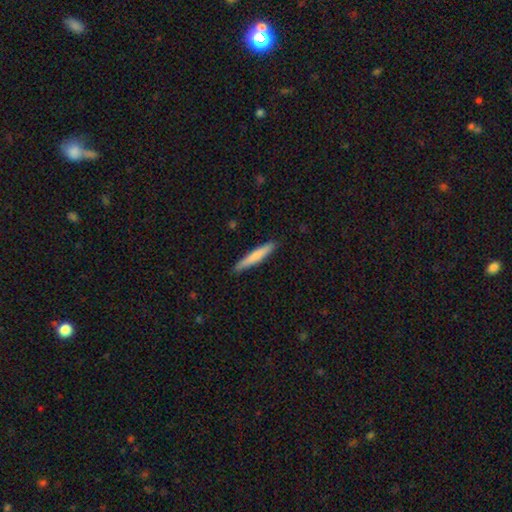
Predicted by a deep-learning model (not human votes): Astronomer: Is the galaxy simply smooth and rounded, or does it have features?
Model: smooth — 74%.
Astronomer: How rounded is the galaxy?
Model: cigar-shaped — 93%.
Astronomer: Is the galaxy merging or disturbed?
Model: none — 89%.